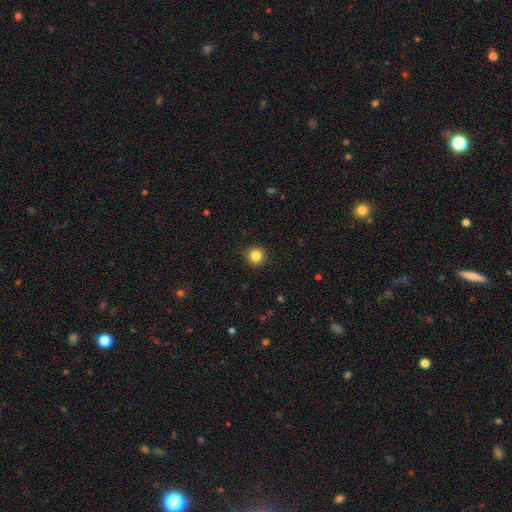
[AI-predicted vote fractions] Smooth or featured?
  - smooth: 85% *
  - star or artifact: 11%
  - featured or disk: 4%
How rounded?
  - round: 94% *
  - in between: 5%
  - cigar-shaped: 1%
Merging?
  - none: 90% *
  - minor disturbance: 7%
  - major disturbance: 2%
  - merger: 1%